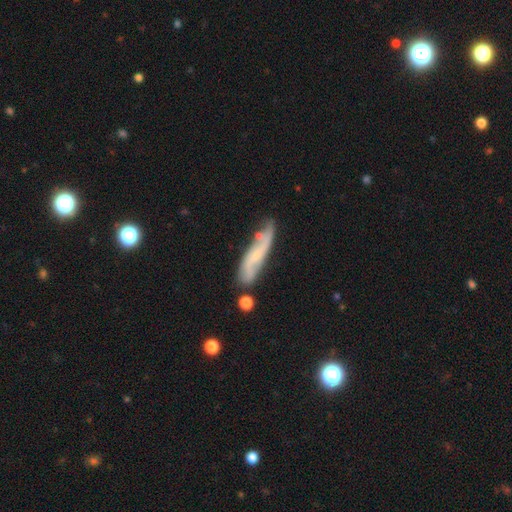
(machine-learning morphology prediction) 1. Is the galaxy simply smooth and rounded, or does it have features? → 67% featured or disk, 26% smooth, 7% star or artifact.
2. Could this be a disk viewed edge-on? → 72% no, 28% yes.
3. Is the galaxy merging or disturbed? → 67% none, 21% minor disturbance, 7% merger, 5% major disturbance.